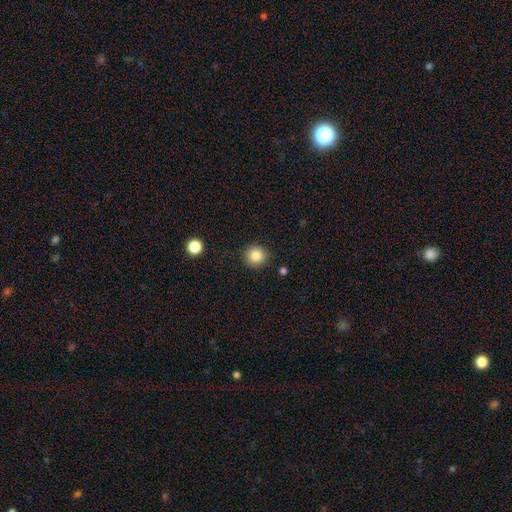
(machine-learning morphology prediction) Smooth or featured? smooth (84%)
How rounded? round (94%)
Merging? none (90%)